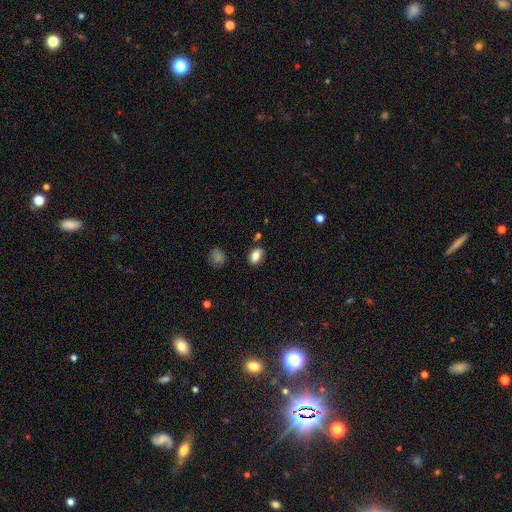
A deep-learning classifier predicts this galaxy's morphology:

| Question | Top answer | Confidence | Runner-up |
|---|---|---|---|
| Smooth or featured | smooth | 80% | featured or disk (11%) |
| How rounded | in between | 85% | round (13%) |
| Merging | none | 82% | minor disturbance (12%) |